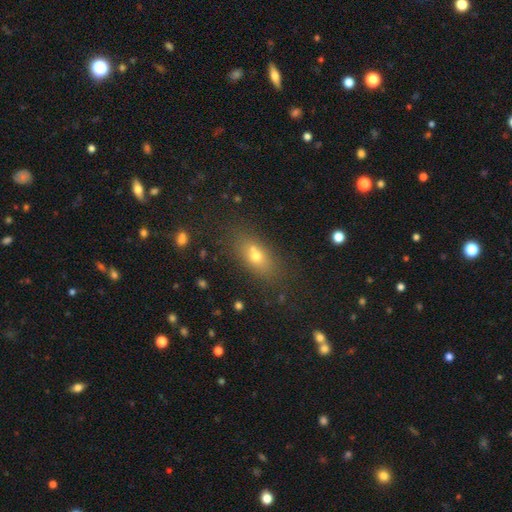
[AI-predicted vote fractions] smooth 63%, featured or disk 22%, star or artifact 15%. Down the decision tree: how rounded — in between (70%); merging — none (57%).